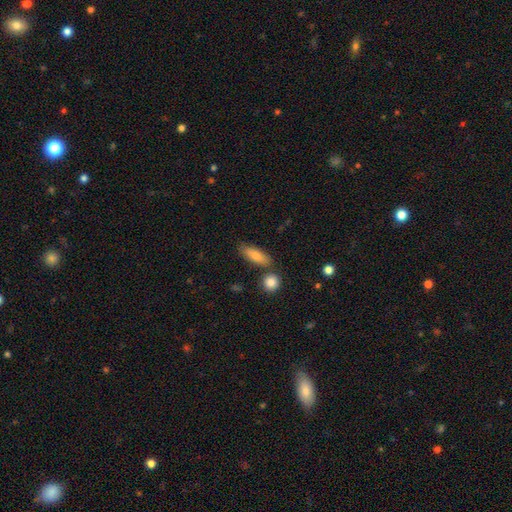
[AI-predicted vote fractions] Smooth or featured? smooth (77%)
How rounded? in between (68%)
Merging? none (73%)